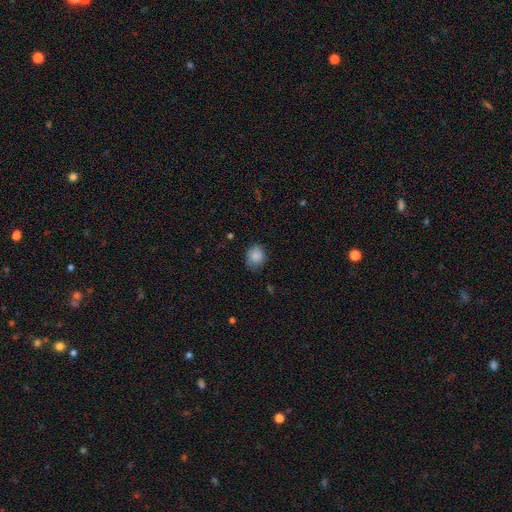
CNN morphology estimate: Overall: smooth (87%). How rounded: round (69%; in between 30%). Merging: none (73%).